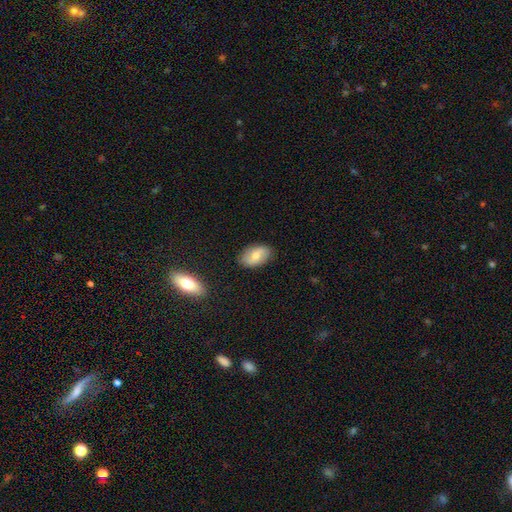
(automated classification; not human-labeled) smooth 62%, featured or disk 31%, star or artifact 7%. Down the decision tree: how rounded — in between (91%); merging — none (85%).